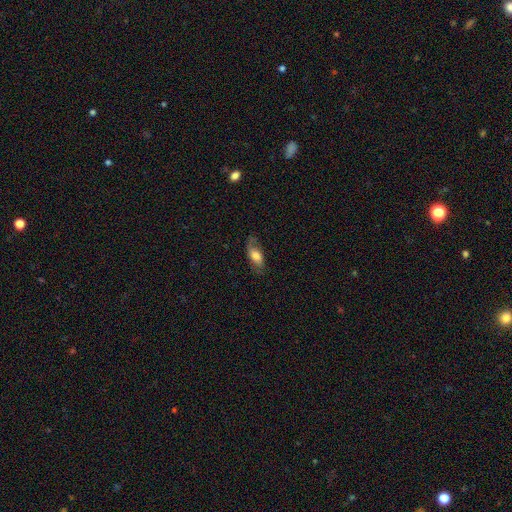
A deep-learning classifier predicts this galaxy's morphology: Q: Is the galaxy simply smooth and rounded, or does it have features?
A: smooth — 63%.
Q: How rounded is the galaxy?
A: in between — 83%.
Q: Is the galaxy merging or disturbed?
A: none — 67%.